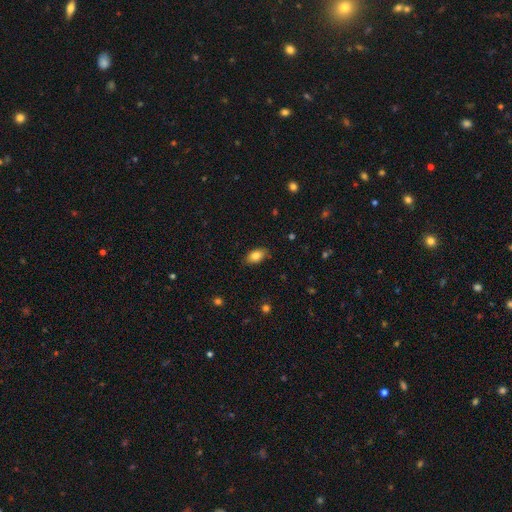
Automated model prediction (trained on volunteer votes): Smooth or featured: smooth — 83% (featured or disk — 9%)
How rounded: in between — 90% (round — 7%)
Merging: none — 85% (minor disturbance — 12%)